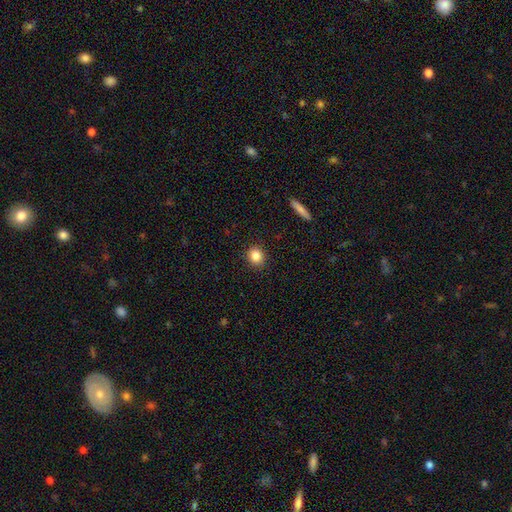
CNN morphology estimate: This is clearly a smooth galaxy (85%). How rounded: likely round (77%). Merging: clearly none (90%).